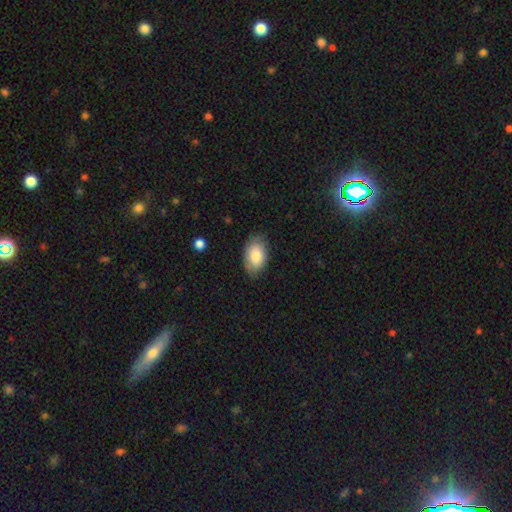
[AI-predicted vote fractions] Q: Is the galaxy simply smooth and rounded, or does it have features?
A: smooth — 84%.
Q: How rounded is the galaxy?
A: in between — 93%.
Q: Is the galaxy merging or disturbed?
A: none — 78%.